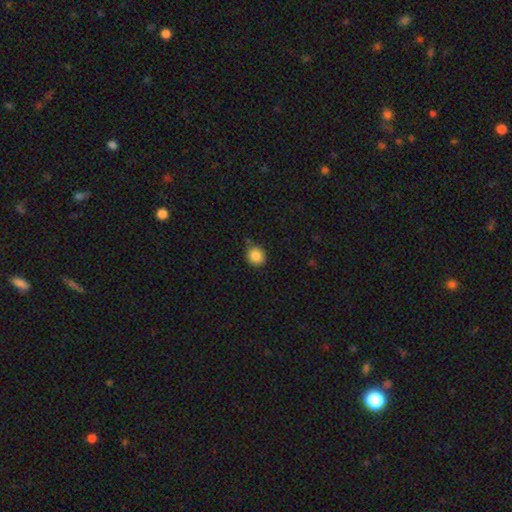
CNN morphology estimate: A smooth galaxy with no disk features (86%) that is round (85%).

Vote fractions:
- Smooth or featured? smooth: 86% / star or artifact: 10% / featured or disk: 4%
- How rounded? round: 85% / in between: 14% / cigar-shaped: 1%
- Merging? none: 84% / minor disturbance: 11% / merger: 3% / major disturbance: 2%